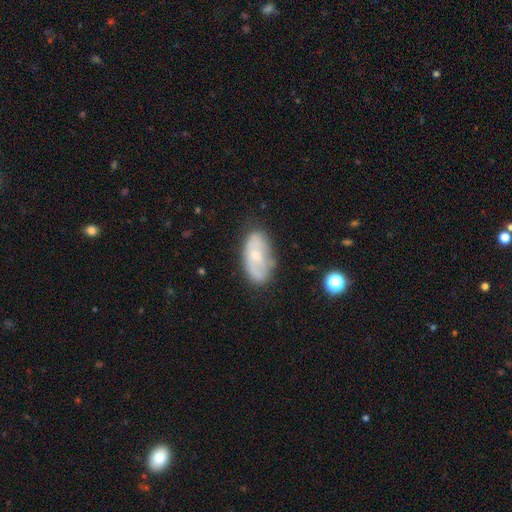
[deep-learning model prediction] smooth 48%, featured or disk 44%, star or artifact 8%. Down the decision tree: merging — none (65%).